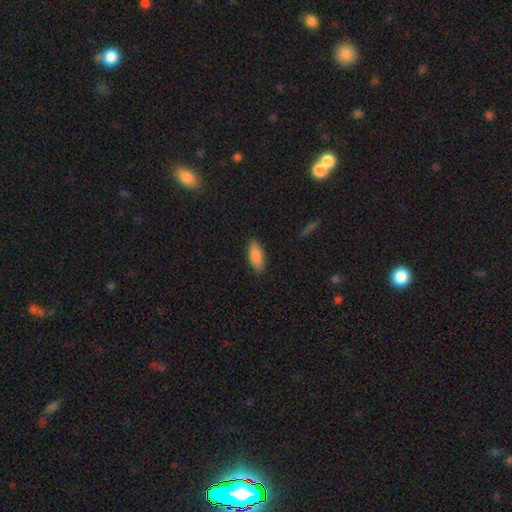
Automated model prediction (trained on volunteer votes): Smooth or featured: smooth — 88% (star or artifact — 6%)
How rounded: in between — 82% (cigar-shaped — 16%)
Merging: none — 87% (minor disturbance — 10%)